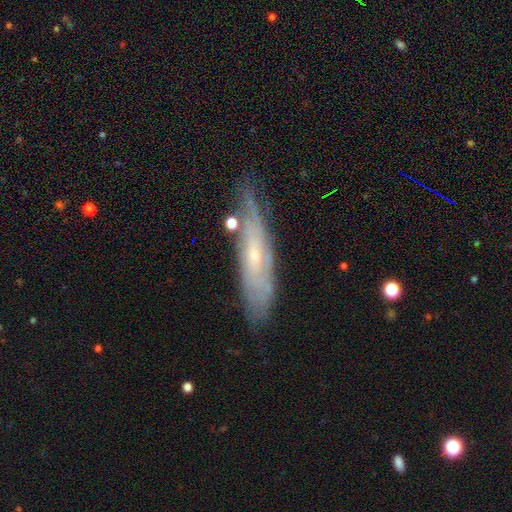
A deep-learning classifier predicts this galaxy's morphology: Smooth or featured: featured or disk — 66% (smooth — 25%)
Edge-on disk: no — 54% (yes — 46%)
Merging: none — 72% (minor disturbance — 20%)